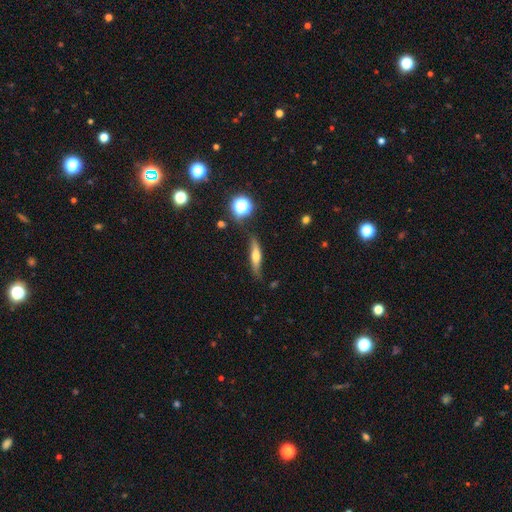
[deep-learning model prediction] A smooth galaxy with no disk features (46%). Merging: none (72%).